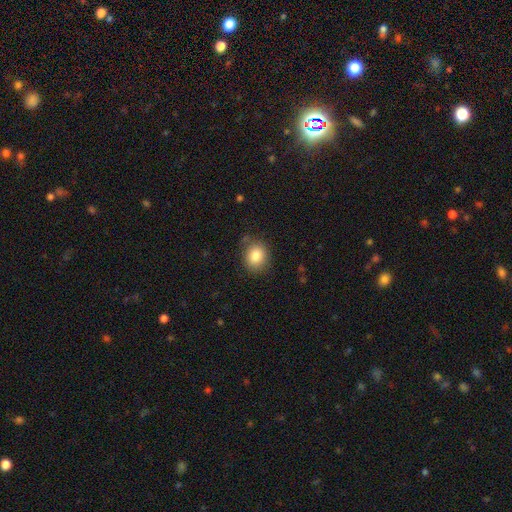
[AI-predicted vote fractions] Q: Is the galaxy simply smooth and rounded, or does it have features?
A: smooth — 83%.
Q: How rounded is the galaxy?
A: round — 68%.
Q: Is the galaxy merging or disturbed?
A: none — 79%.